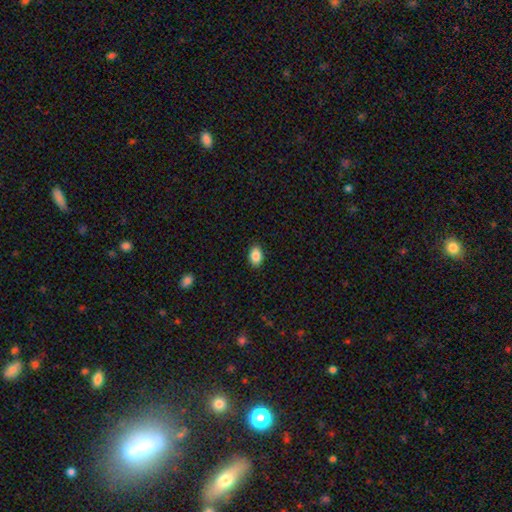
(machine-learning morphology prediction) Smooth or featured?
  - smooth: 88% *
  - star or artifact: 8%
  - featured or disk: 4%
How rounded?
  - in between: 88% *
  - round: 10%
  - cigar-shaped: 1%
Merging?
  - none: 89% *
  - minor disturbance: 8%
  - major disturbance: 2%
  - merger: 1%